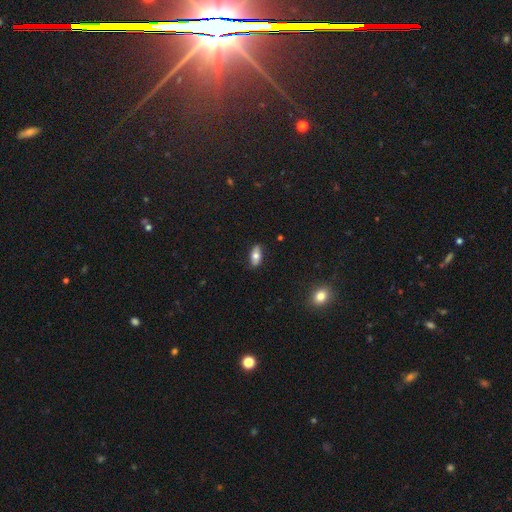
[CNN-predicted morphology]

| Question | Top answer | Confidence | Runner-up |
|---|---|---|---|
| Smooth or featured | smooth | 70% | featured or disk (23%) |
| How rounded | in between | 87% | cigar-shaped (9%) |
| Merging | none | 85% | minor disturbance (12%) |